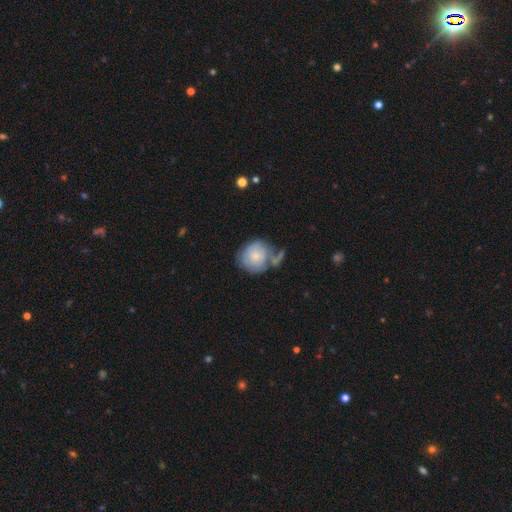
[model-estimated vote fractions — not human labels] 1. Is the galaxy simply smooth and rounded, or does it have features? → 65% smooth, 28% featured or disk, 7% star or artifact.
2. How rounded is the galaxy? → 82% round, 17% in between, 1% cigar-shaped.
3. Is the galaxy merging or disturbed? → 40% none, 23% merger, 23% minor disturbance, 13% major disturbance.